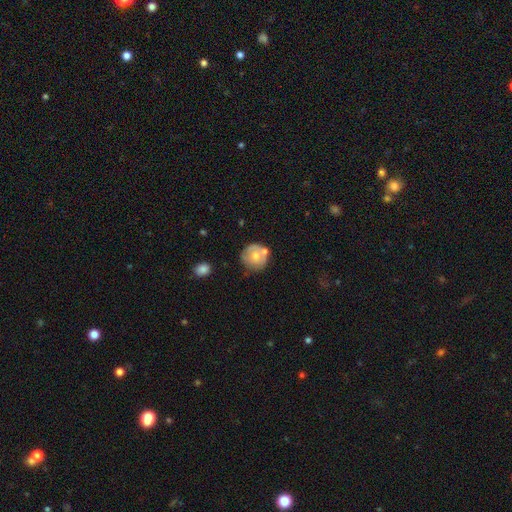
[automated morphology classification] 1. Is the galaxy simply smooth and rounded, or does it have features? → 60% smooth, 34% featured or disk, 7% star or artifact.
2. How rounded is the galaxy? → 89% round, 10% in between, 1% cigar-shaped.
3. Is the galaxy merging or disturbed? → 58% none, 19% minor disturbance, 17% merger, 6% major disturbance.